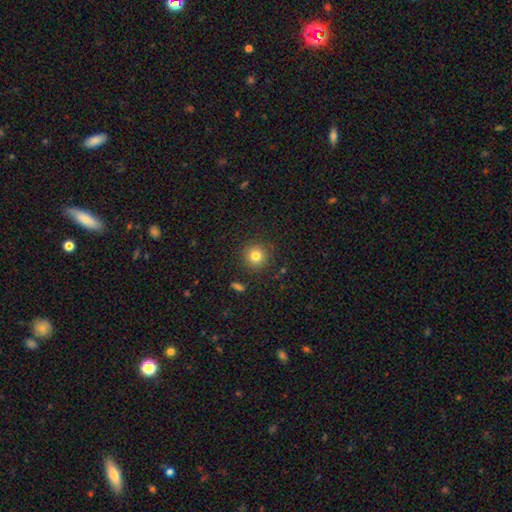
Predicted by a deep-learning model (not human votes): This is likely a smooth galaxy (80%). How rounded: clearly round (93%). Merging: clearly none (88%).